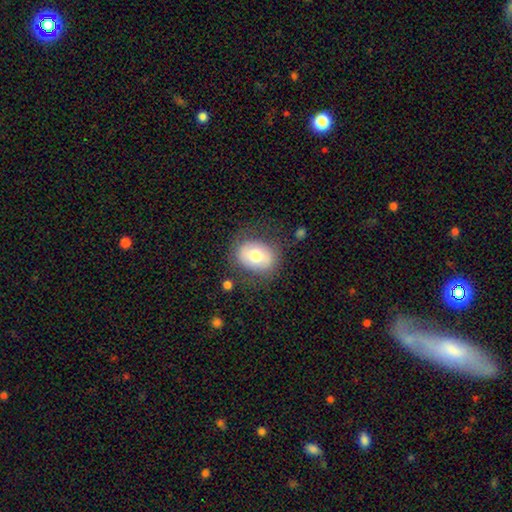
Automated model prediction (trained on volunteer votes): Smooth or featured?
  - smooth: 69% *
  - featured or disk: 24%
  - star or artifact: 7%
How rounded?
  - in between: 60% *
  - round: 39%
  - cigar-shaped: 1%
Merging?
  - none: 76% *
  - minor disturbance: 15%
  - major disturbance: 7%
  - merger: 2%